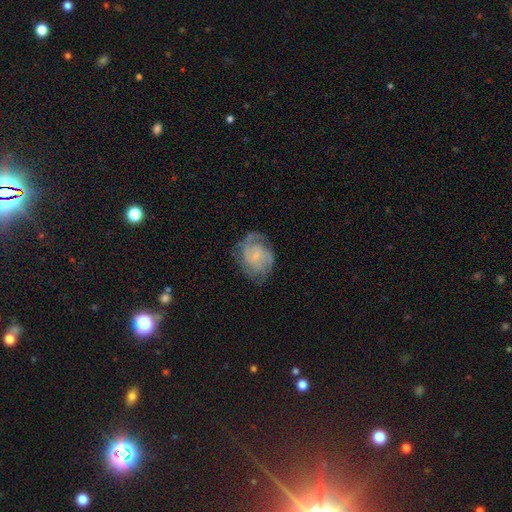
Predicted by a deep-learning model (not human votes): Smooth or featured?
  - featured or disk: 79% *
  - smooth: 14%
  - star or artifact: 6%
Edge-on disk?
  - no: 98% *
  - yes: 2%
Bar?
  - no: 58% *
  - weak: 36%
  - strong: 6%
Spiral arms?
  - yes: 95% *
  - no: 5%
Spiral winding?
  - medium: 44% *
  - tight: 42%
  - loose: 14%
Spiral arm count?
  - 2: 41% *
  - can't tell: 23%
  - 3: 21%
  - 4: 6%
  - 1: 6%
  - more than 4: 5%
Bulge size?
  - small: 68% *
  - none: 17%
  - moderate: 12%
  - large: 1%
  - dominant: 1%
Merging?
  - none: 67% *
  - minor disturbance: 20%
  - major disturbance: 11%
  - merger: 1%